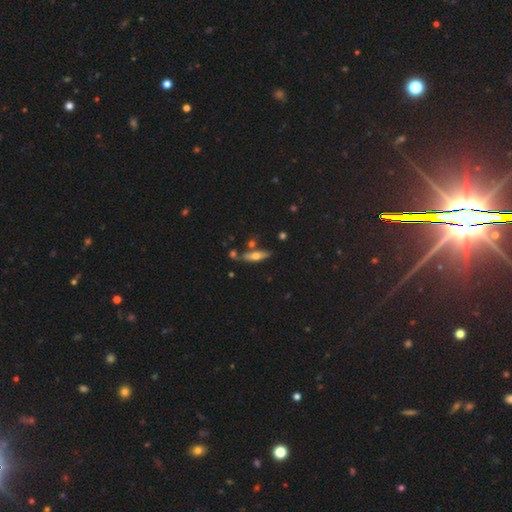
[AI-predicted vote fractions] smooth 49%, featured or disk 43%, star or artifact 7%. Down the decision tree: merging — none (68%).